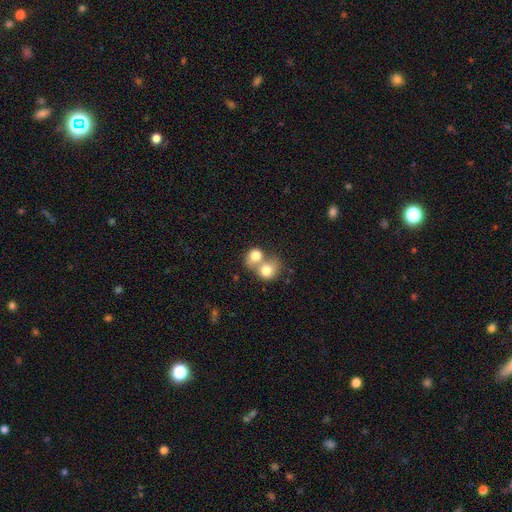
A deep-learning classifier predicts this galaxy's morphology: Overall: smooth (77%). How rounded: round (60%; in between 39%). Merging: merger (75%).